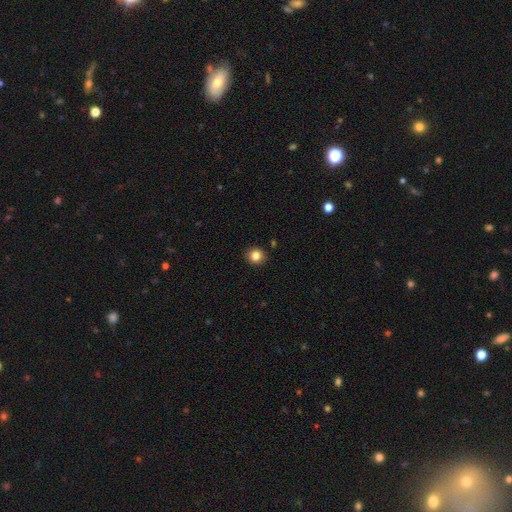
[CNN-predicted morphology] Smooth or featured? Predicted: smooth (p=0.83). How rounded? Predicted: round (p=0.88). Merging? Predicted: none (p=0.91).